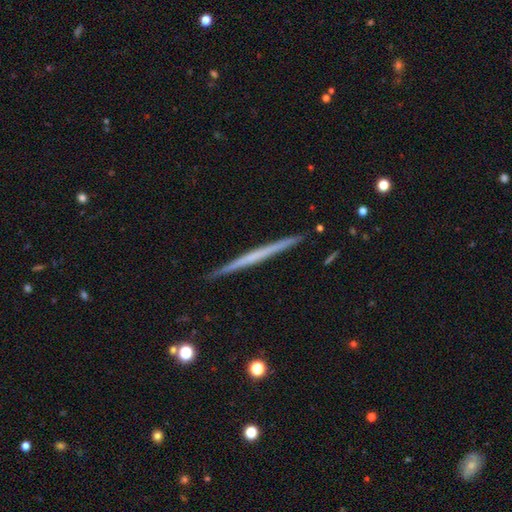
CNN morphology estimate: smooth_or_featured: featured or disk (p=0.60) [alt: smooth p=0.34]
disk_edge_on: yes (p=0.98) [alt: no p=0.02]
edge_on_bulge: none (p=0.89) [alt: rounded p=0.08]
merging: none (p=0.92) [alt: minor disturbance p=0.05]